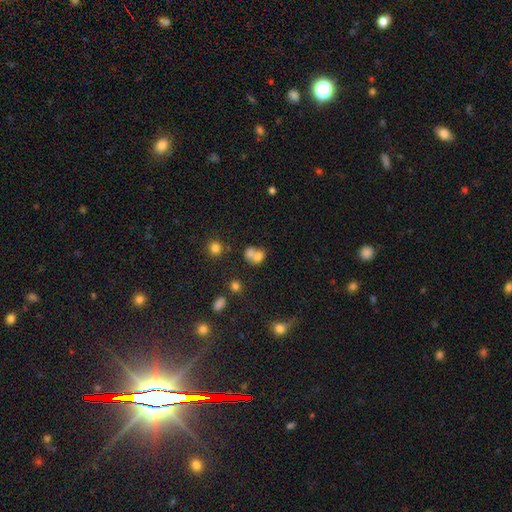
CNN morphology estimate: Smooth or featured?
  - smooth: 71% *
  - featured or disk: 16%
  - star or artifact: 14%
How rounded?
  - in between: 51% *
  - round: 48%
  - cigar-shaped: 1%
Merging?
  - merger: 61% *
  - none: 26%
  - minor disturbance: 8%
  - major disturbance: 5%